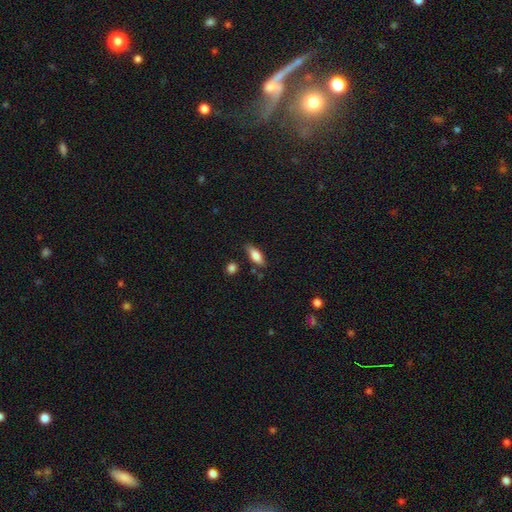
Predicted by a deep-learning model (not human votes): This is likely a smooth galaxy (77%). How rounded: likely in between (71%). Merging: likely none (78%).